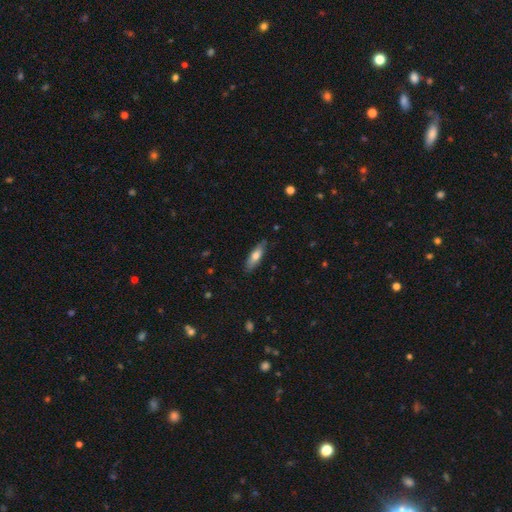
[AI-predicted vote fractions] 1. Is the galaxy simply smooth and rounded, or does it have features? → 67% smooth, 27% featured or disk, 6% star or artifact.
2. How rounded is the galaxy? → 54% cigar-shaped, 44% in between, 2% round.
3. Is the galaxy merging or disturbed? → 82% none, 14% minor disturbance, 2% major disturbance, 1% merger.